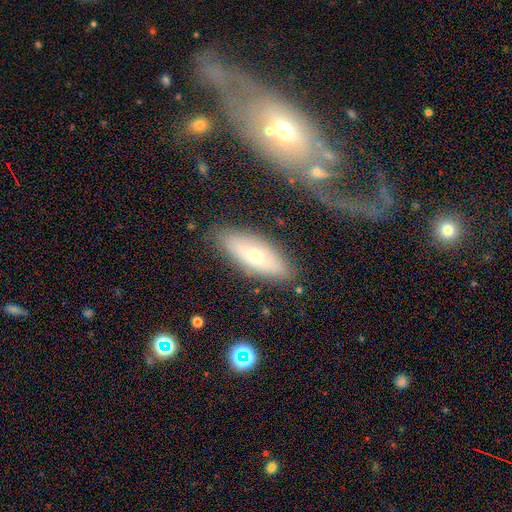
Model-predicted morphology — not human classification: smooth-or-featured: smooth: 54% | featured or disk: 37% | star or artifact: 8%
  how-rounded: in between: 70% | cigar-shaped: 27% | round: 3%
  merging: none: 81% | minor disturbance: 13% | major disturbance: 4% | merger: 3%